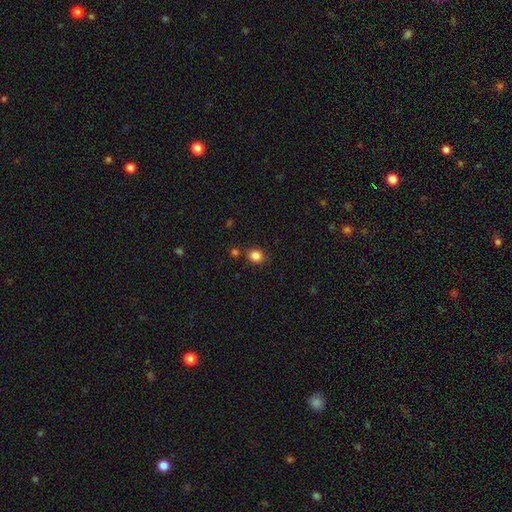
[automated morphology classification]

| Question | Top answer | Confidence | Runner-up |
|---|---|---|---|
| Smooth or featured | smooth | 85% | star or artifact (11%) |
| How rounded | round | 66% | in between (33%) |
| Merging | none | 80% | minor disturbance (10%) |